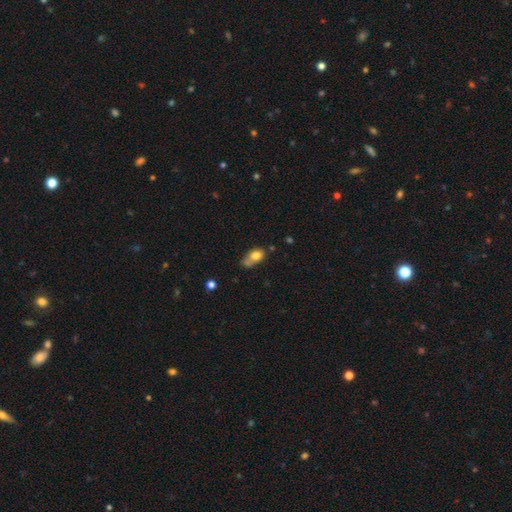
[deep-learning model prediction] Q: Smooth or featured?
A: smooth (76%); runner-up: featured or disk (14%)
Q: How rounded?
A: in between (64%); runner-up: round (33%)
Q: Merging?
A: merger (34%); runner-up: none (32%)